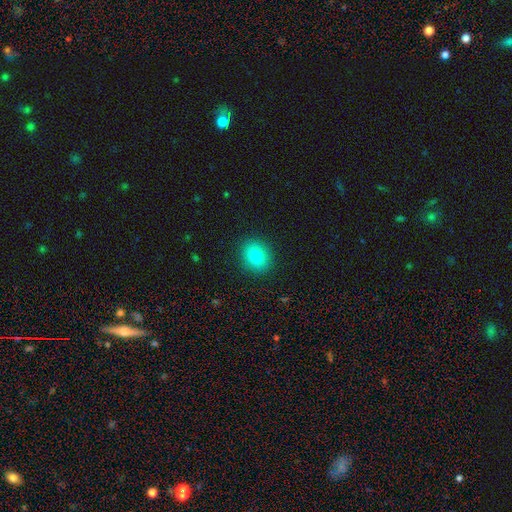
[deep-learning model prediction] Morphology: type=smooth (84%); roundness=round (59%); merging=none (89%).